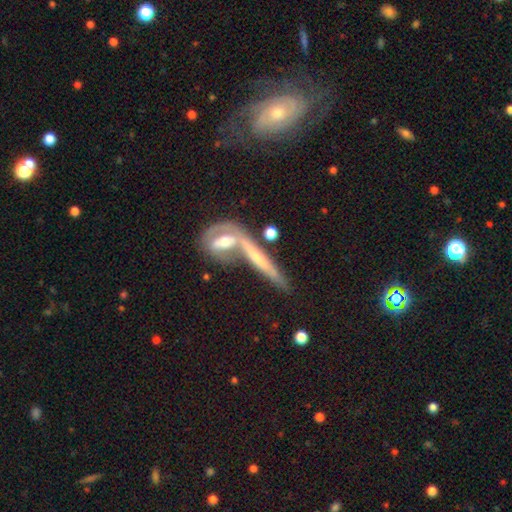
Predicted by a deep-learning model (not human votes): Smooth or featured: featured or disk — 64% (smooth — 27%)
Edge-on disk: yes — 80% (no — 20%)
Edge-on bulge: rounded — 56% (none — 35%)
Merging: none — 46% (merger — 37%)